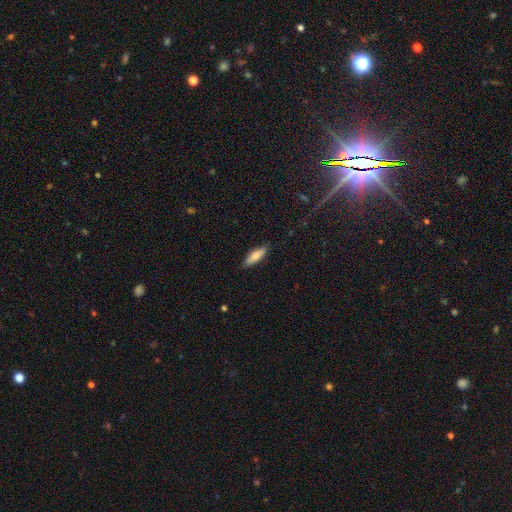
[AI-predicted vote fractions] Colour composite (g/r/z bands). It shows a smooth galaxy with no disk features (81%) that is cigar-shaped (52%). Merging: none (88%).